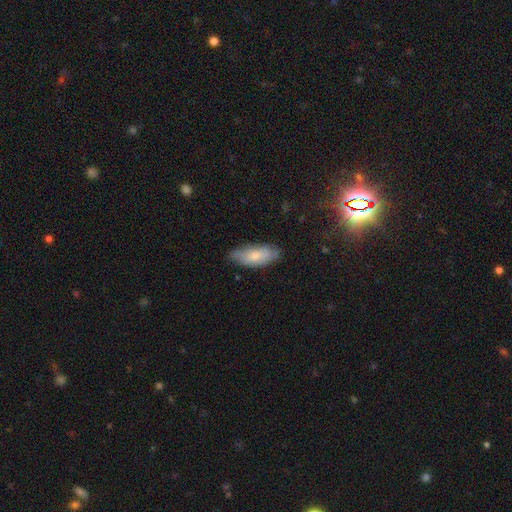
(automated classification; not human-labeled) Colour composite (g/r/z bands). It shows a smooth galaxy with no disk features (69%) that is in between round and cigar-shaped (78%). Merging: none (70%).